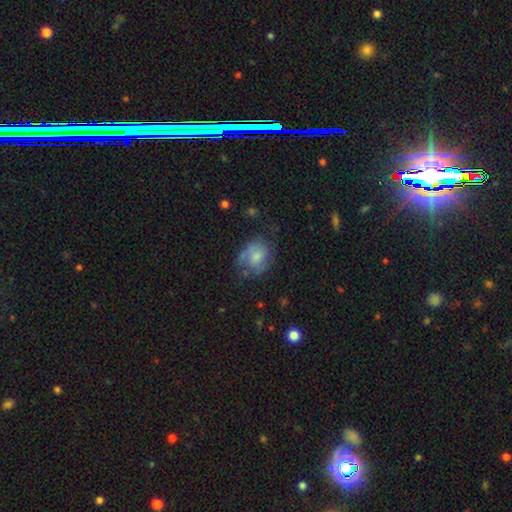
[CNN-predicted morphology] Smooth or featured?
  - featured or disk: 47% *
  - smooth: 45%
  - star or artifact: 8%
Merging?
  - none: 51% *
  - minor disturbance: 27%
  - major disturbance: 19%
  - merger: 2%